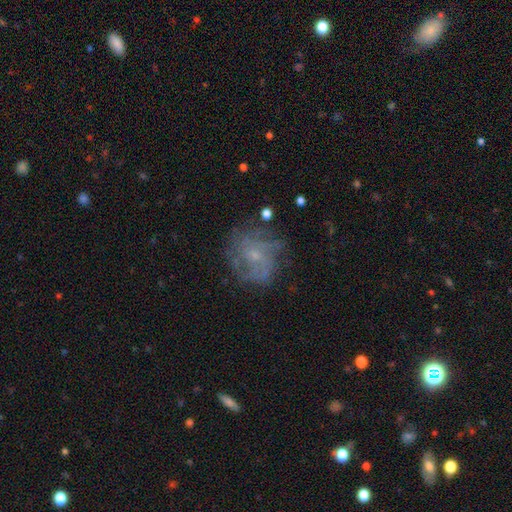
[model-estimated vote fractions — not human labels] The model was most divided on "spiral winding": medium: 41%, tight: 39%, loose: 20%. Remaining: edge-on disk — no (98%); spiral arms — yes (80%); bar — no (75%); bulge size — small (73%); smooth or featured — featured or disk (66%); merging — none (66%); spiral arm count — can't tell (41%).